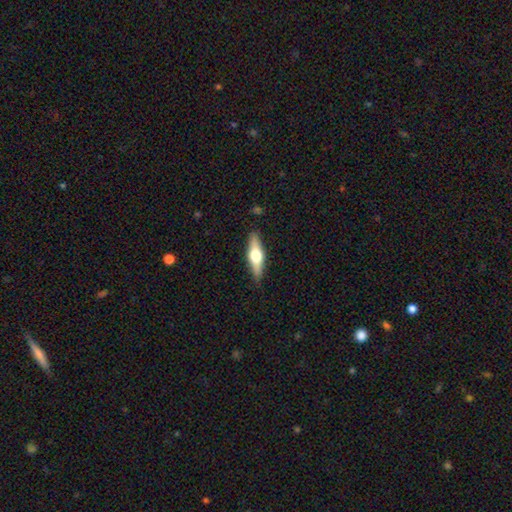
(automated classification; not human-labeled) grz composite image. It shows a featured or disk galaxy (54%) viewed edge-on (93%) with a rounded central bulge (95%). Merging: none (88%).